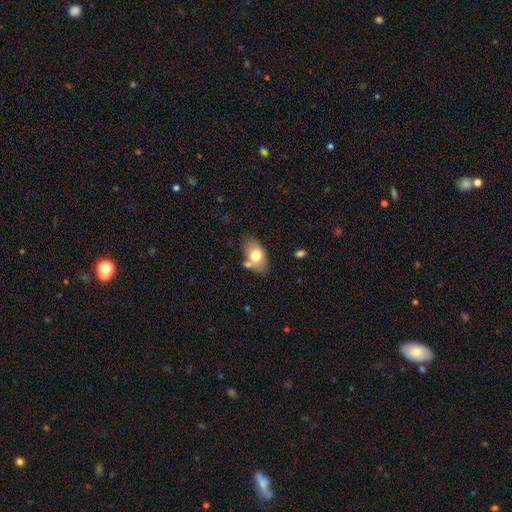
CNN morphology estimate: Q: Smooth or featured?
A: smooth (72%); runner-up: featured or disk (20%)
Q: How rounded?
A: in between (88%); runner-up: round (10%)
Q: Merging?
A: none (64%); runner-up: minor disturbance (17%)